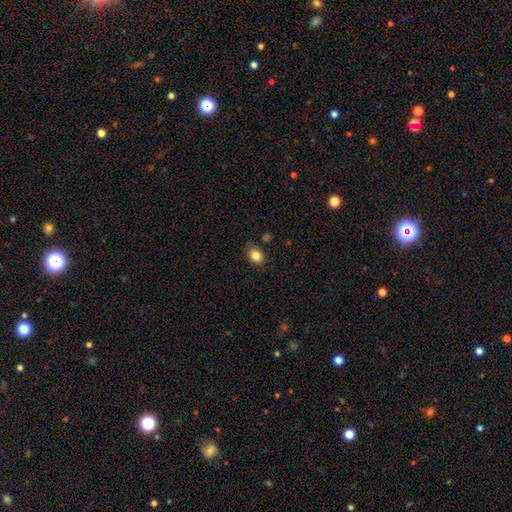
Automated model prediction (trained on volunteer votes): Smooth or featured: smooth — 84% (star or artifact — 10%)
How rounded: in between — 50% (round — 49%)
Merging: none — 82% (minor disturbance — 13%)